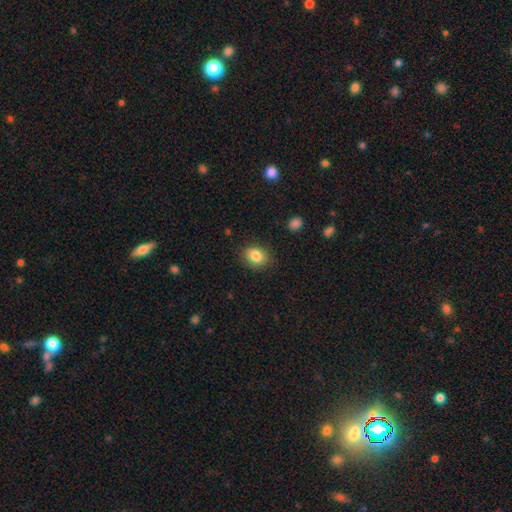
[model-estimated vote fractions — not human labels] Overall: smooth (84%). How rounded: in between (59%; round 40%). Merging: none (86%).